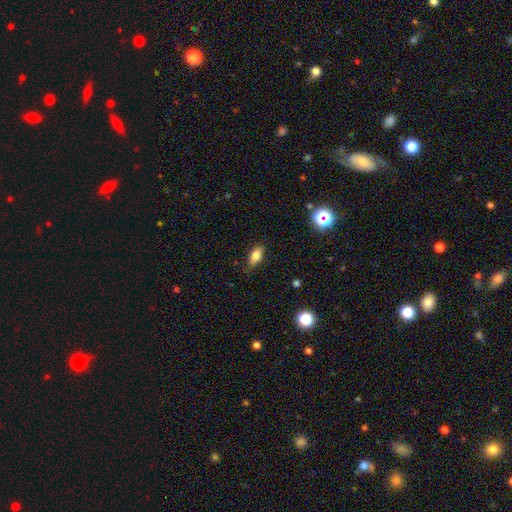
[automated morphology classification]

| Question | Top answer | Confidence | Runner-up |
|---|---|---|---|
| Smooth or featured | smooth | 81% | featured or disk (10%) |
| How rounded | in between | 85% | cigar-shaped (10%) |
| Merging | none | 84% | minor disturbance (12%) |